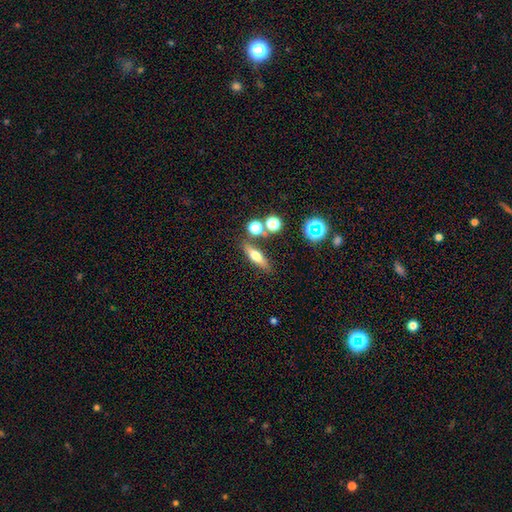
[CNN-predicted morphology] smooth-or-featured: smooth: 55% | featured or disk: 34% | star or artifact: 11%
  how-rounded: cigar-shaped: 58% | in between: 36% | round: 7%
  merging: none: 76% | minor disturbance: 11% | merger: 9% | major disturbance: 4%